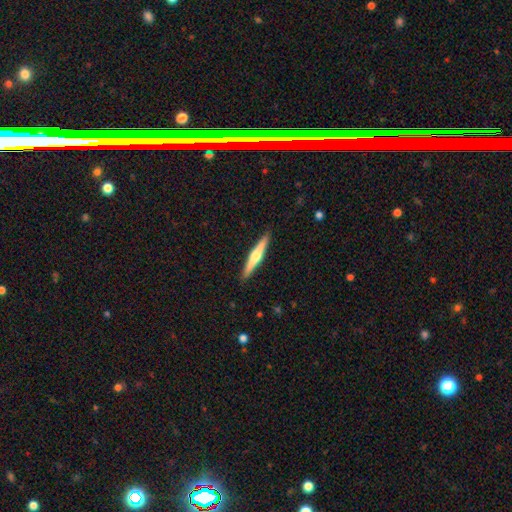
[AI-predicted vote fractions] Smooth or featured?
  - featured or disk: 58% *
  - smooth: 37%
  - star or artifact: 5%
Edge-on disk?
  - yes: 98% *
  - no: 2%
Edge-on bulge?
  - rounded: 84% *
  - none: 10%
  - boxy: 6%
Merging?
  - none: 91% *
  - minor disturbance: 7%
  - major disturbance: 1%
  - merger: 1%